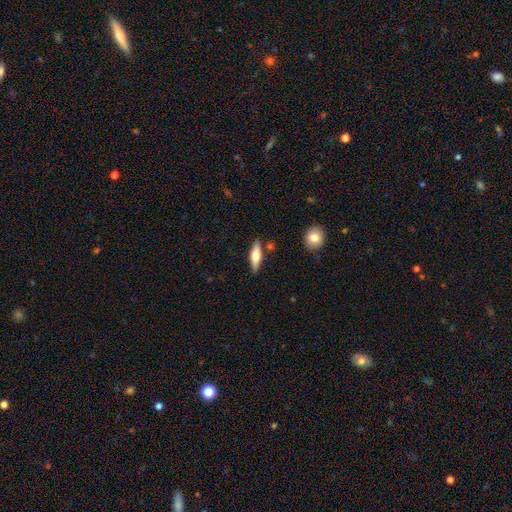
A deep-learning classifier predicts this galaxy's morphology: Smooth or featured?
  - smooth: 50% *
  - featured or disk: 44%
  - star or artifact: 6%
How rounded?
  - cigar-shaped: 57% *
  - in between: 40%
  - round: 3%
Merging?
  - none: 84% *
  - minor disturbance: 10%
  - merger: 4%
  - major disturbance: 2%